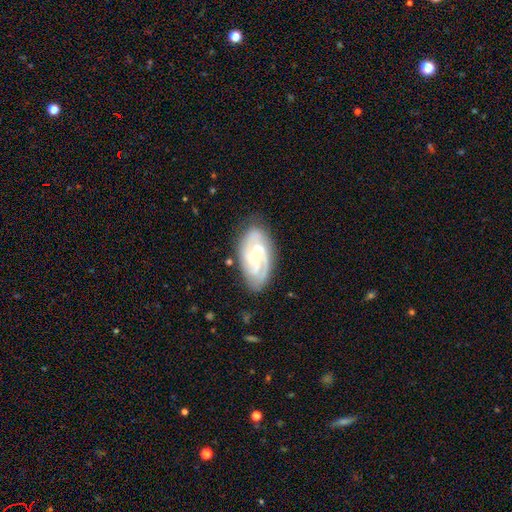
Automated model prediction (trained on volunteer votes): Smooth or featured: featured or disk — 88% (smooth — 7%)
Edge-on disk: no — 96% (yes — 4%)
Bar: weak — 48% (strong — 30%)
Spiral arms: yes — 97% (no — 3%)
Spiral winding: medium — 45% (tied with tight — 45%)
Spiral arm count: 2 — 59% (3 — 23%)
Bulge size: small — 54% (moderate — 41%)
Merging: none — 81% (minor disturbance — 14%)